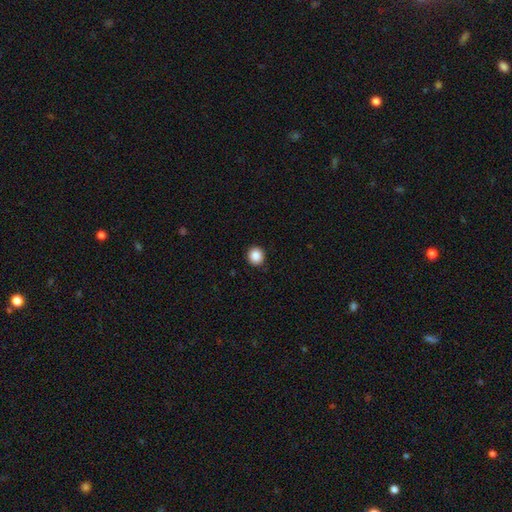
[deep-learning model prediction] smooth_or_featured: smooth (p=0.88) [alt: star or artifact p=0.09]
how_rounded: round (p=0.90) [alt: in between p=0.10]
merging: none (p=0.91) [alt: minor disturbance p=0.06]